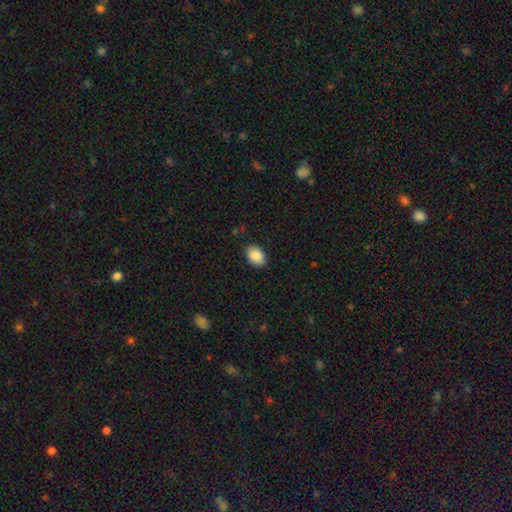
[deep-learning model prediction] Overall: smooth (89%). How rounded: in between (81%). Merging: none (86%).